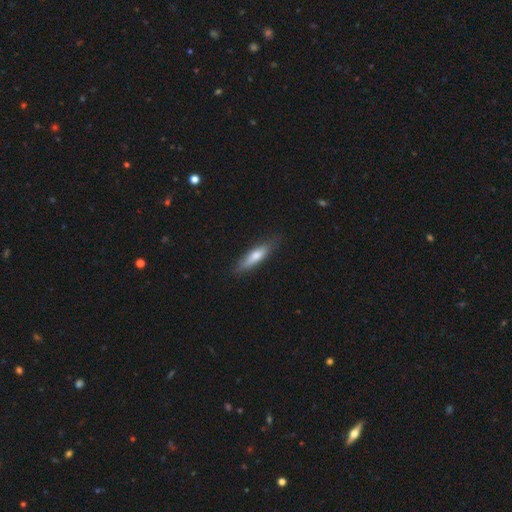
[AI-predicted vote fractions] Q: Smooth or featured?
A: smooth (64%); runner-up: featured or disk (29%)
Q: How rounded?
A: cigar-shaped (78%); runner-up: in between (20%)
Q: Merging?
A: none (82%); runner-up: minor disturbance (14%)